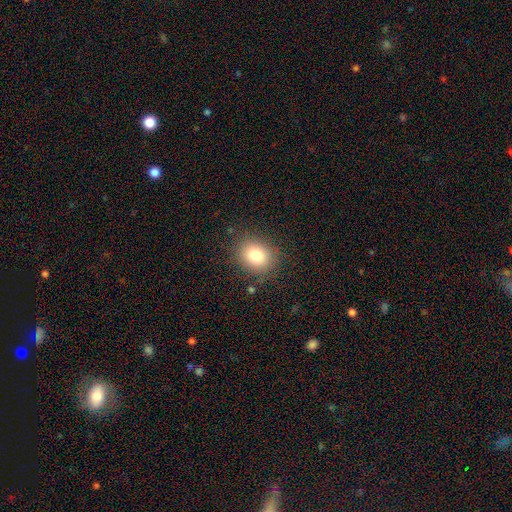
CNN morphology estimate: This is clearly a smooth galaxy (80%). How rounded: likely round (63%). Merging: clearly none (85%).